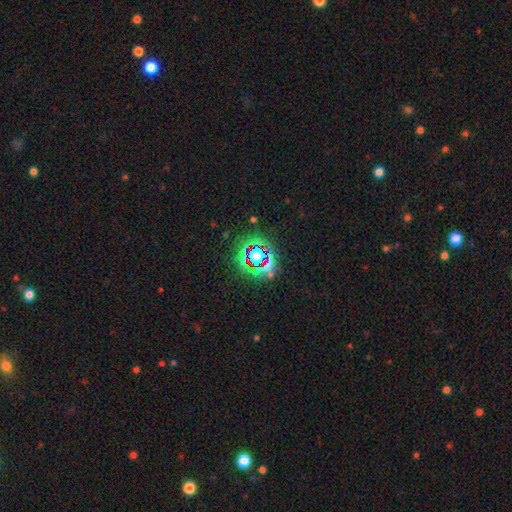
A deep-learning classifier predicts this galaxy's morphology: Smooth or featured: star or artifact — 66% (smooth — 21%)